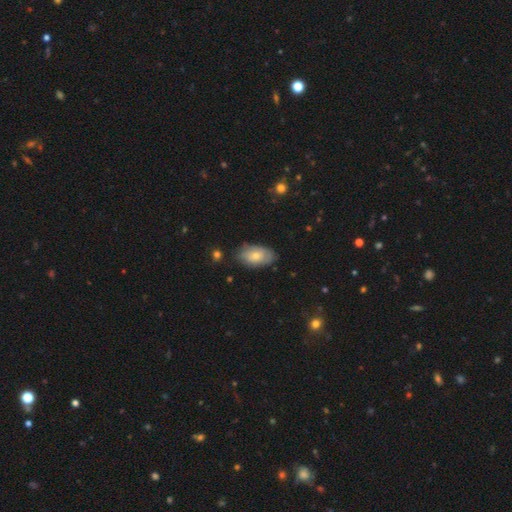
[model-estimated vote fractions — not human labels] A smooth galaxy with no disk features (63%) that is in between round and cigar-shaped (92%). Merging: none (74%).